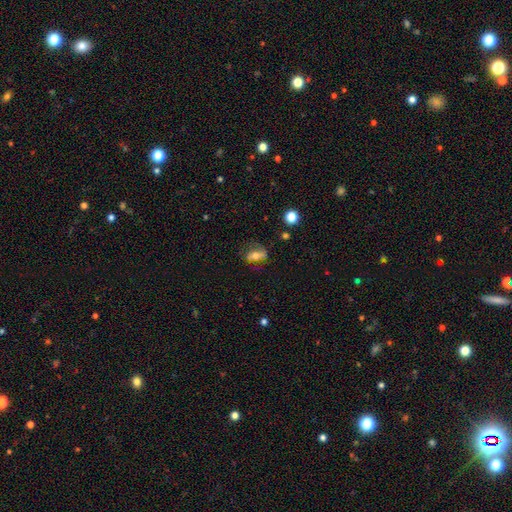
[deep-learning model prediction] Morphology: type=smooth (49%); merging=none (59%).